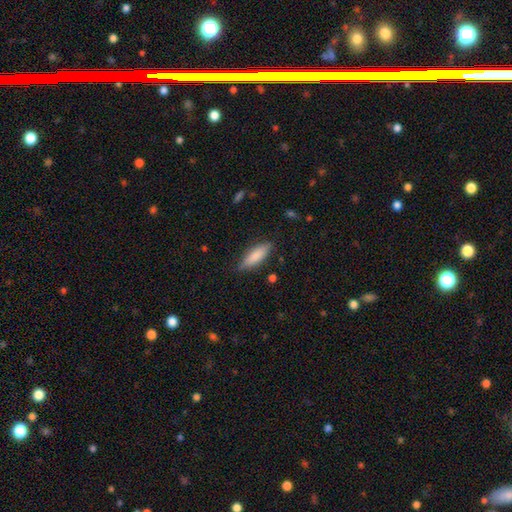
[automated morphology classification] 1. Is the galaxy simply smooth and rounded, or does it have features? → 82% smooth, 12% featured or disk, 6% star or artifact.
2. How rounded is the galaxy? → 52% in between, 46% cigar-shaped, 2% round.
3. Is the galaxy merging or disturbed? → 80% none, 16% minor disturbance, 3% major disturbance, 1% merger.